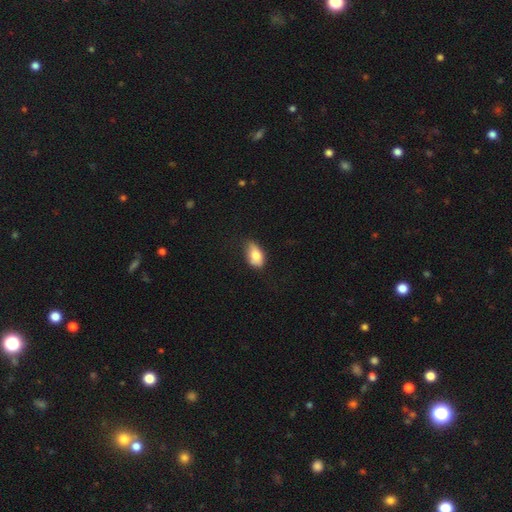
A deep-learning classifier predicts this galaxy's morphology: This is likely a smooth galaxy (77%). How rounded: clearly in between (90%). Merging: possibly none (55%).